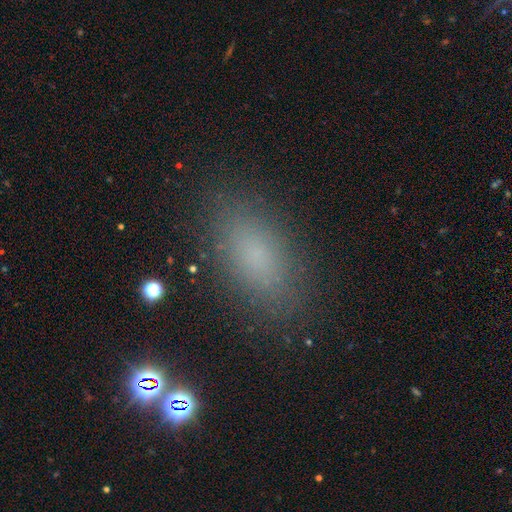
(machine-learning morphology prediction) smooth 78%, star or artifact 13%, featured or disk 8%. Down the decision tree: how rounded — in between (87%); merging — none (86%).